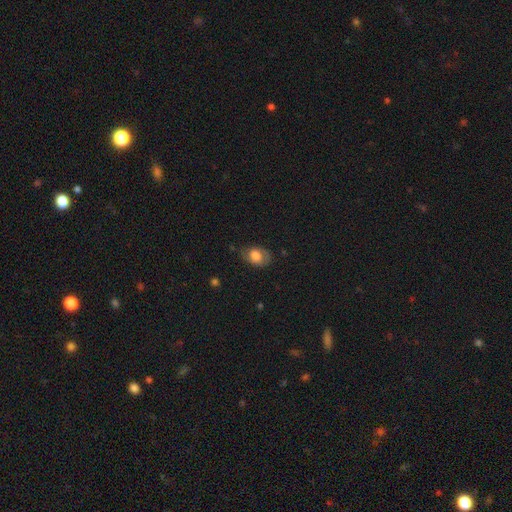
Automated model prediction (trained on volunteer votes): A smooth galaxy with no disk features (69%) that is in between round and cigar-shaped (81%). Merging: none (62%).